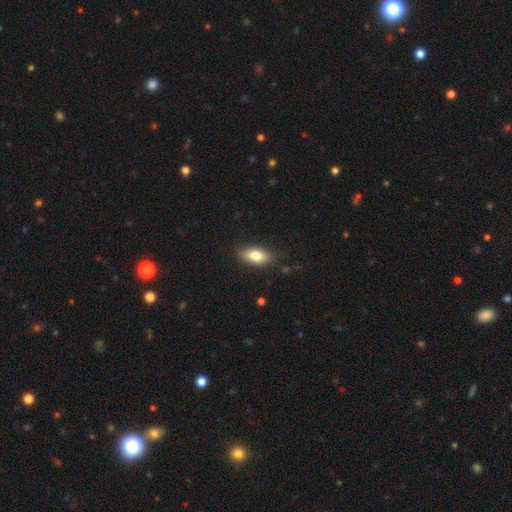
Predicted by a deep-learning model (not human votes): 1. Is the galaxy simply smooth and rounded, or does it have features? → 78% smooth, 15% featured or disk, 7% star or artifact.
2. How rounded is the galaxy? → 83% in between, 13% cigar-shaped, 4% round.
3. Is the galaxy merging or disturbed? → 86% none, 10% minor disturbance, 2% major disturbance, 1% merger.